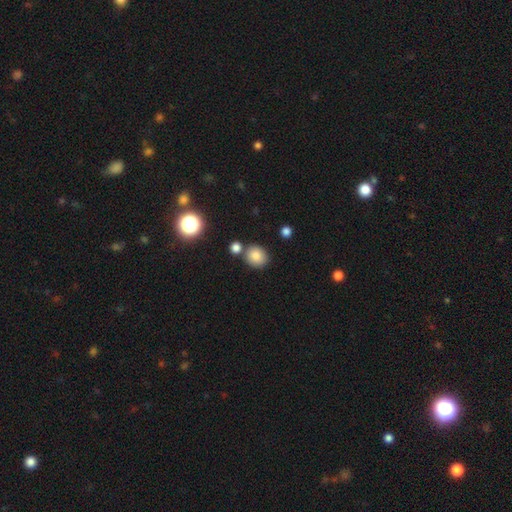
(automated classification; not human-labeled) The model was most divided on "how rounded": round: 77%, in between: 22%, cigar-shaped: 1%. More confident: smooth or featured — smooth (83%); merging — none (73%).